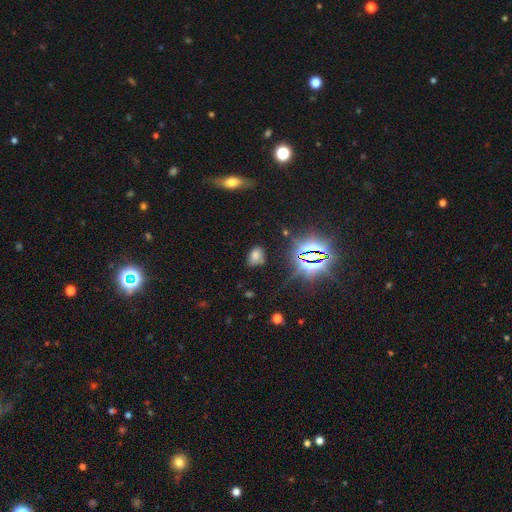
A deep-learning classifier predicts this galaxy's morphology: This is likely a smooth galaxy (63%). How rounded: likely in between (80%). Merging: likely none (74%).